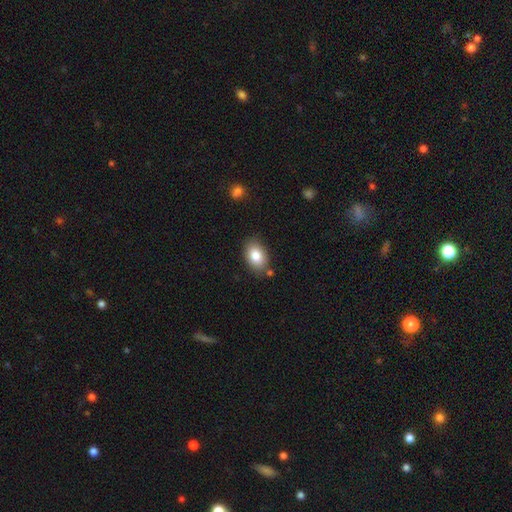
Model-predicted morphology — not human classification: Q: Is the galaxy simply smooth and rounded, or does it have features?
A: smooth — 84%.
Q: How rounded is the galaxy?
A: in between — 85%.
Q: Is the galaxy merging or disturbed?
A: none — 80%.